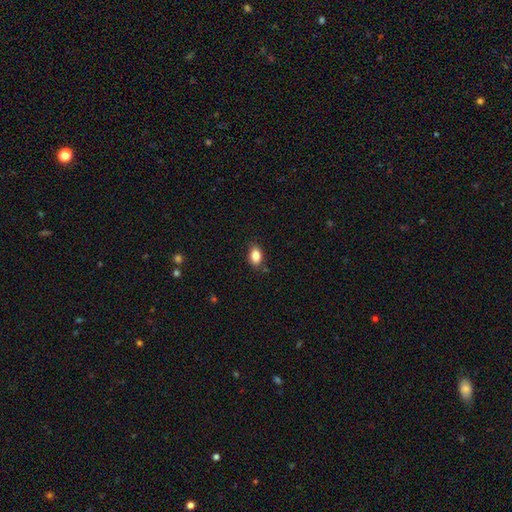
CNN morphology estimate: type=smooth (85%); roundness=in between (83%); merging=none (83%).